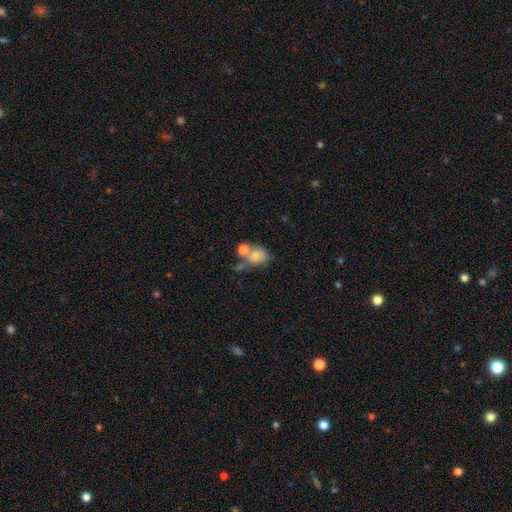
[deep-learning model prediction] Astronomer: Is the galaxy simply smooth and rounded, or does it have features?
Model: smooth — 73%.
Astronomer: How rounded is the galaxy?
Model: round — 54% (runner-up: in between, 44%).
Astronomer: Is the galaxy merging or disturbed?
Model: merger — 46% (runner-up: none, 28%).